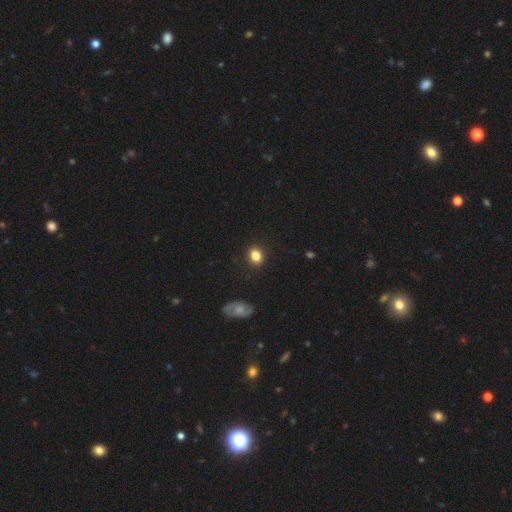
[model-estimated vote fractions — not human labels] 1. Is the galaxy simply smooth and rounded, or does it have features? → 83% smooth, 9% star or artifact, 7% featured or disk.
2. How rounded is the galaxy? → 61% round, 38% in between, 1% cigar-shaped.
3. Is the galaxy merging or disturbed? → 87% none, 9% minor disturbance, 2% major disturbance, 1% merger.